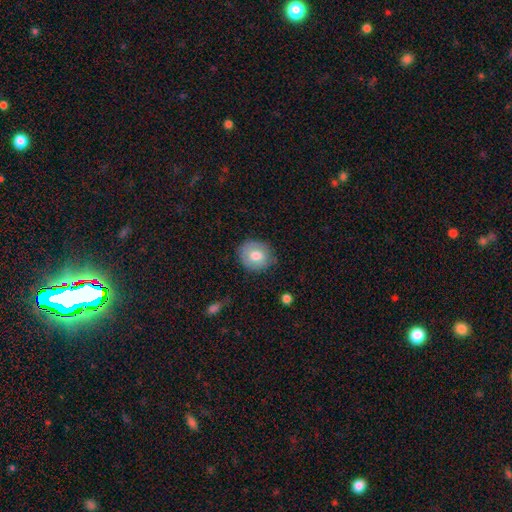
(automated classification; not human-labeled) The model was most divided on "how rounded": round: 71%, in between: 28%, cigar-shaped: 1%. More confident: merging — none (76%); smooth or featured — smooth (75%).